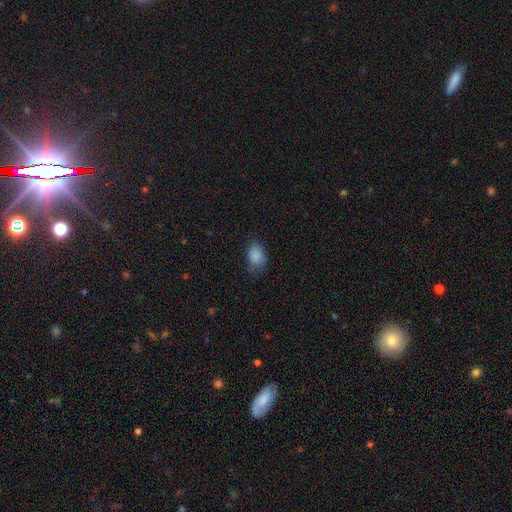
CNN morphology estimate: This is clearly a smooth galaxy (86%). How rounded: likely in between (78%). Merging: likely none (65%).